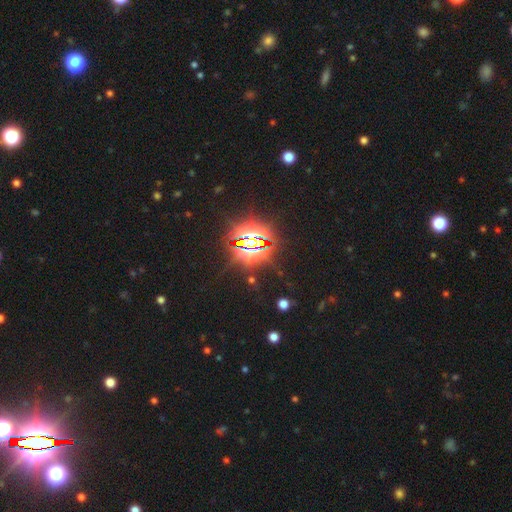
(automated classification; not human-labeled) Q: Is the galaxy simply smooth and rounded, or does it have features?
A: star or artifact — 86%.